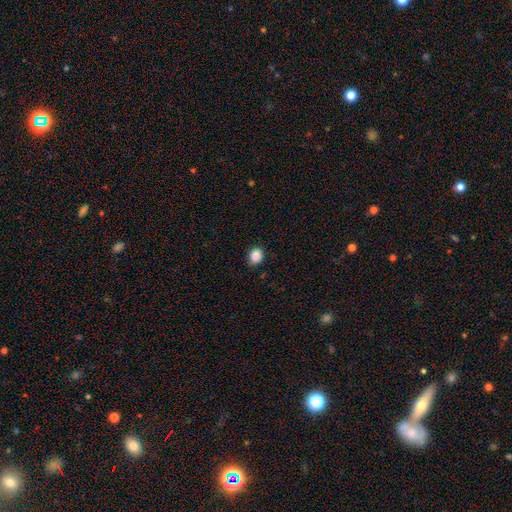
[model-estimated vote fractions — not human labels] Q: Smooth or featured?
A: smooth (88%); runner-up: star or artifact (9%)
Q: How rounded?
A: round (55%); runner-up: in between (44%)
Q: Merging?
A: none (86%); runner-up: minor disturbance (10%)